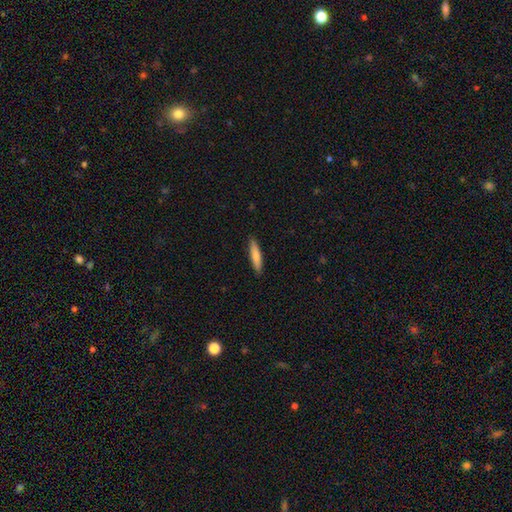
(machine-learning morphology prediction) Smooth or featured: smooth — 76% (featured or disk — 18%)
How rounded: cigar-shaped — 84% (in between — 14%)
Merging: none — 89% (minor disturbance — 8%)